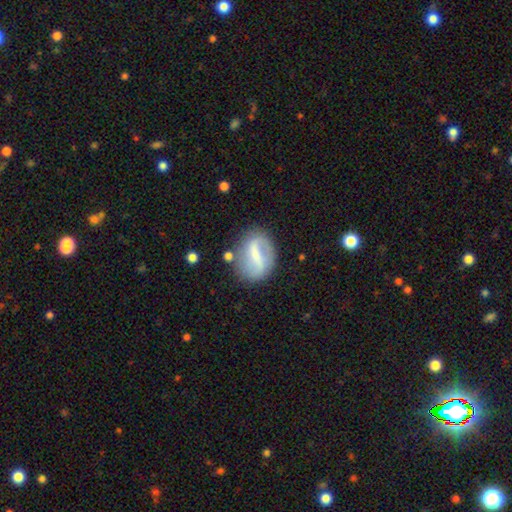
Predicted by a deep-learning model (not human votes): Morphology: type=featured or disk (63%); edge-on=no (95%); bar=strong (59%); spiral arms=yes (61%); bulge=small (48%); merging=none (74%).